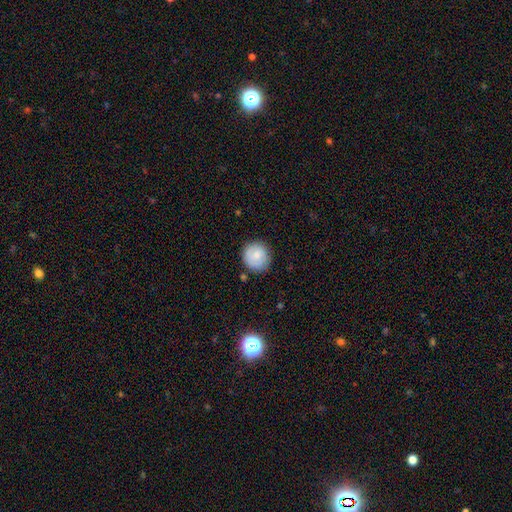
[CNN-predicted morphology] This is likely a smooth galaxy (75%). How rounded: clearly round (90%). Merging: clearly none (82%).